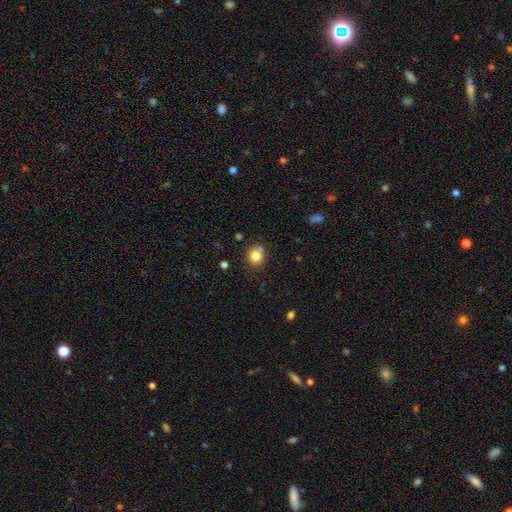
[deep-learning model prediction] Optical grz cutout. It shows a smooth galaxy with no disk features (82%) that is round (81%). Merging: none (75%).